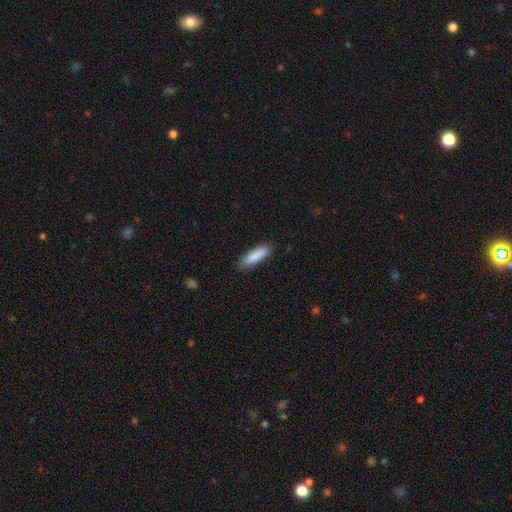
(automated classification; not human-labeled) Overall: smooth (87%). How rounded: cigar-shaped (69%; in between 30%). Merging: none (86%).